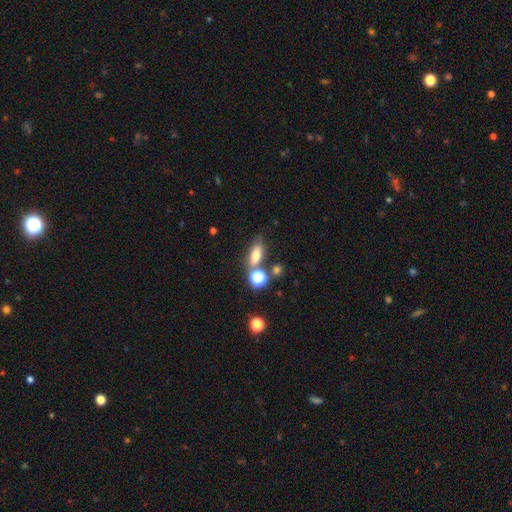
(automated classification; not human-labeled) This appears to be a smooth galaxy with no disk features (71%) that is in between round and cigar-shaped (67%). Merging: none (59%).